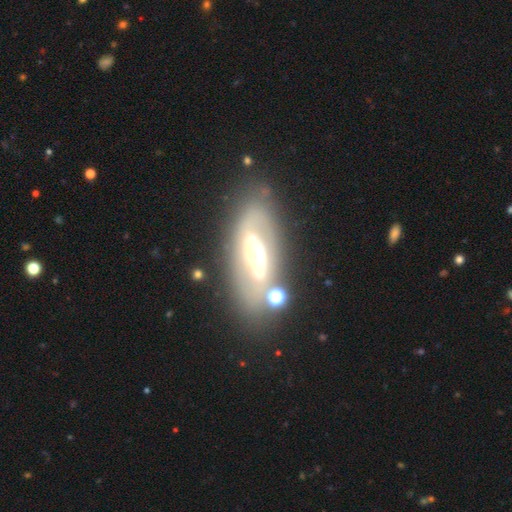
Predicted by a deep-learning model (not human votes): Smooth or featured? featured or disk (71%)
Edge-on disk? no (81%)
Bar? no (40%)
Spiral arms? no (58%)
Bulge size? moderate (60%)
Merging? none (71%)